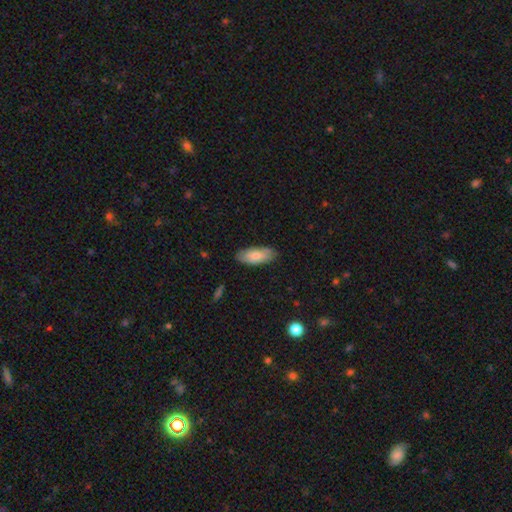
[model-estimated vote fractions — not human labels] Q: Smooth or featured?
A: smooth (74%); runner-up: featured or disk (21%)
Q: How rounded?
A: in between (86%); runner-up: cigar-shaped (12%)
Q: Merging?
A: none (83%); runner-up: minor disturbance (13%)